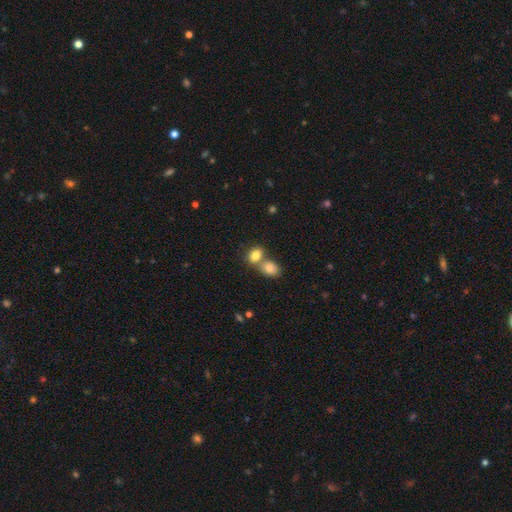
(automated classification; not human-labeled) Smooth or featured?
  - smooth: 82% *
  - star or artifact: 9%
  - featured or disk: 9%
How rounded?
  - in between: 66% *
  - round: 32%
  - cigar-shaped: 2%
Merging?
  - merger: 56% *
  - none: 34%
  - minor disturbance: 8%
  - major disturbance: 3%